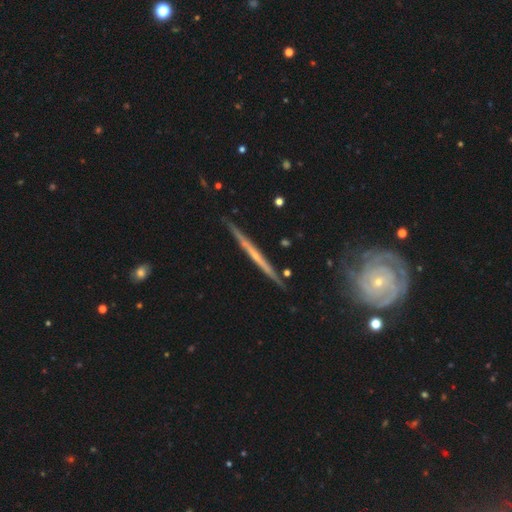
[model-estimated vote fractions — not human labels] This appears to be a featured or disk galaxy (72%) viewed edge-on (96%) with no central bulge (73%). Merging: none (86%).